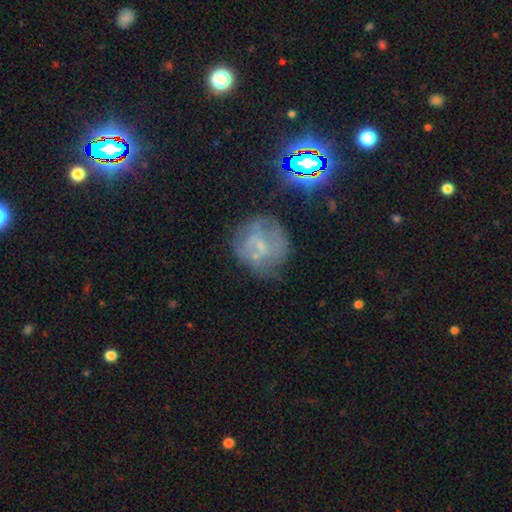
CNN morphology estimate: The model was most divided on "spiral arms": no: 51%, yes: 49%. Remaining: edge-on disk — no (97%); smooth or featured — featured or disk (55%); merging — none (55%); bulge size — small (48%); bar — no (46%).